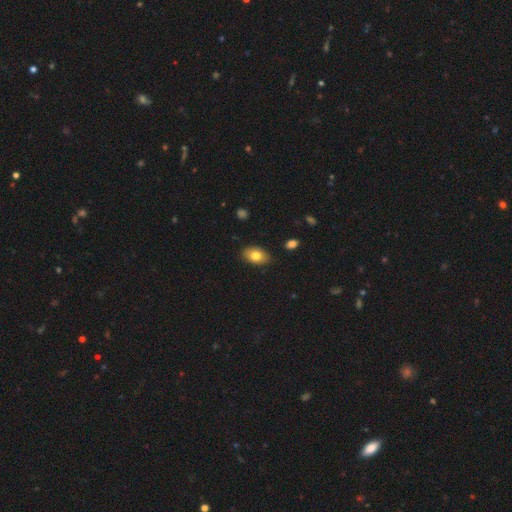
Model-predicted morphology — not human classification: Smooth or featured? Predicted: smooth (p=0.80). How rounded? Predicted: in between (p=0.88). Merging? Predicted: none (p=0.85).